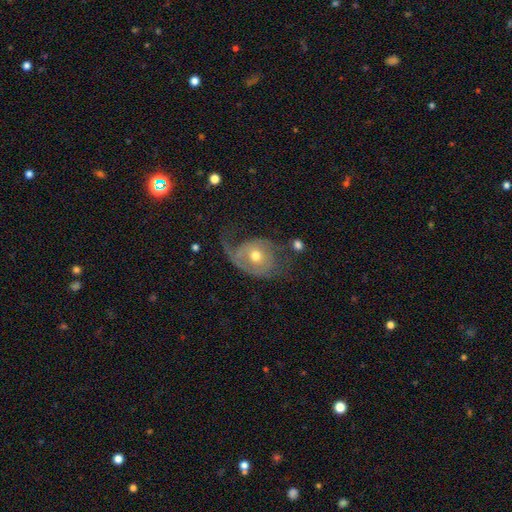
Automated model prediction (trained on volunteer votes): A featured or disk galaxy (64%) with no bar (78%), spiral arms (75%) and a moderate central bulge (69%).

Vote fractions:
- Smooth or featured? featured or disk: 64% / smooth: 29% / star or artifact: 7%
- Edge-on disk? no: 96% / yes: 4%
- Bar? no: 78% / weak: 18% / strong: 4%
- Spiral arms? yes: 75% / no: 25%
- Bulge size? moderate: 69% / small: 24% / large: 5% / dominant: 1% / none: 1%
- Merging? major disturbance: 41% / none: 32% / minor disturbance: 23% / merger: 4%